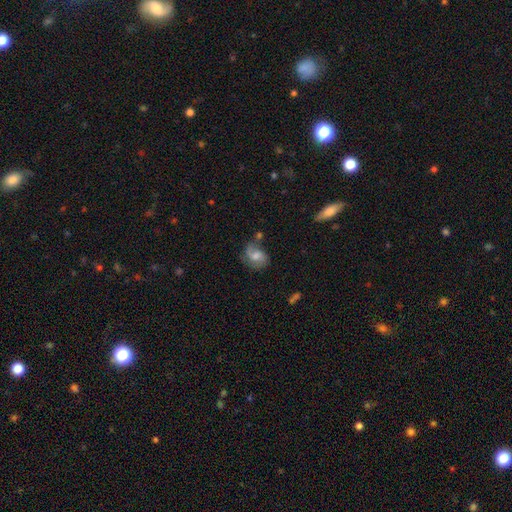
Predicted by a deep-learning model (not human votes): A featured or disk galaxy (56%) with no bar (58%), spiral arms (86%) and a moderate central bulge (56%).

Vote fractions:
- Smooth or featured? featured or disk: 56% / smooth: 35% / star or artifact: 9%
- Edge-on disk? no: 97% / yes: 3%
- Bar? no: 58% / weak: 37% / strong: 6%
- Spiral arms? yes: 86% / no: 14%
- Bulge size? moderate: 56% / small: 26% / large: 10% / none: 7% / dominant: 2%
- Merging? none: 50% / minor disturbance: 25% / major disturbance: 16% / merger: 9%